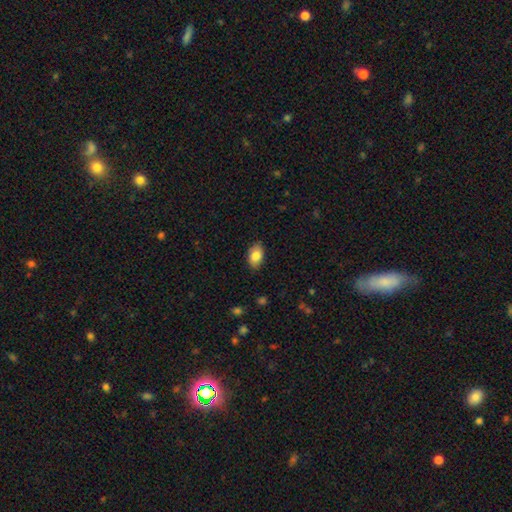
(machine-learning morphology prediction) Smooth or featured: smooth — 84% (featured or disk — 9%)
How rounded: in between — 90% (round — 9%)
Merging: none — 86% (minor disturbance — 11%)